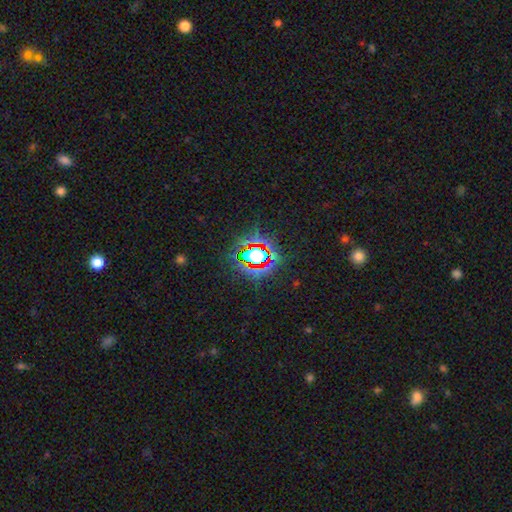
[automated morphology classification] The model was most divided on "smooth or featured": star or artifact: 72%, smooth: 17%, featured or disk: 11%.